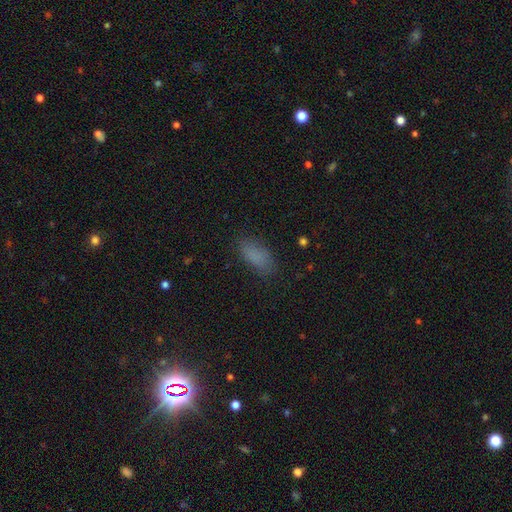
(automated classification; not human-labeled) Smooth or featured: smooth — 83% (star or artifact — 11%)
How rounded: in between — 84% (cigar-shaped — 13%)
Merging: none — 80% (minor disturbance — 14%)